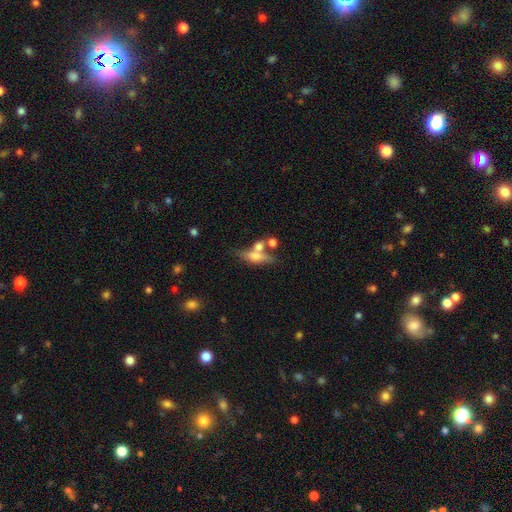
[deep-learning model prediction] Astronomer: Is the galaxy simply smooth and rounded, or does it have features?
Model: smooth — 49% (runner-up: featured or disk, 41%).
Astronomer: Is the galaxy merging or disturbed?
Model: none — 44% (runner-up: merger, 33%).